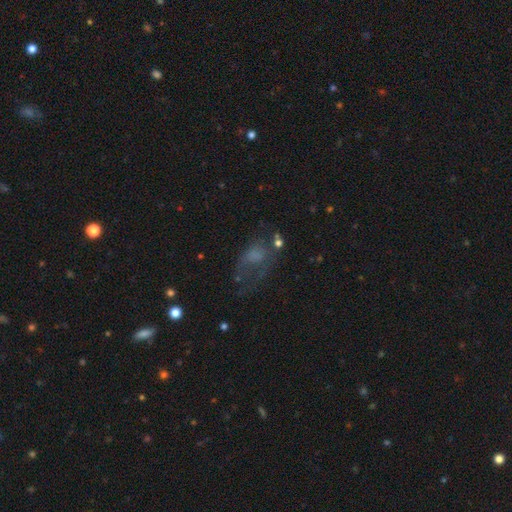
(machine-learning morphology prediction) type=smooth (43%); merging=major disturbance (42%).